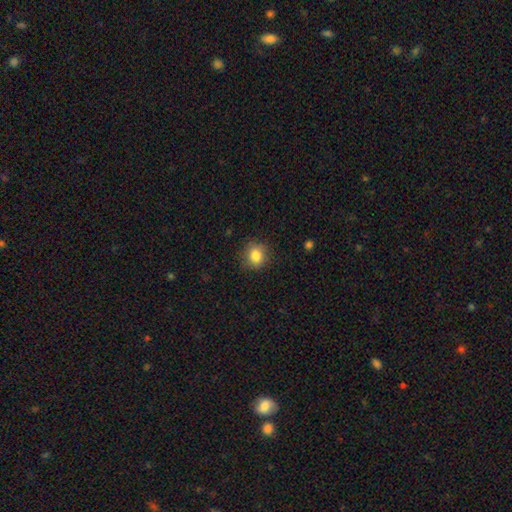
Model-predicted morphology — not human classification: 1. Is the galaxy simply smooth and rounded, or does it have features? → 84% smooth, 10% star or artifact, 6% featured or disk.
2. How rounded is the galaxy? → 81% round, 18% in between, 1% cigar-shaped.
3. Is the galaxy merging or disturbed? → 85% none, 11% minor disturbance, 3% major disturbance, 1% merger.